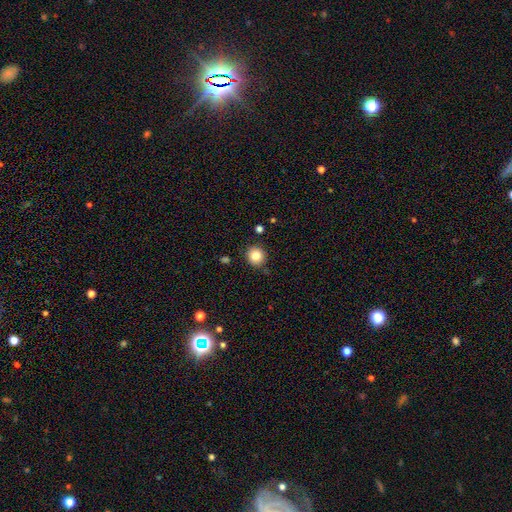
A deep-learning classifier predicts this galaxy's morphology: Q: Smooth or featured?
A: smooth (84%); runner-up: star or artifact (10%)
Q: How rounded?
A: round (90%); runner-up: in between (9%)
Q: Merging?
A: none (86%); runner-up: minor disturbance (9%)